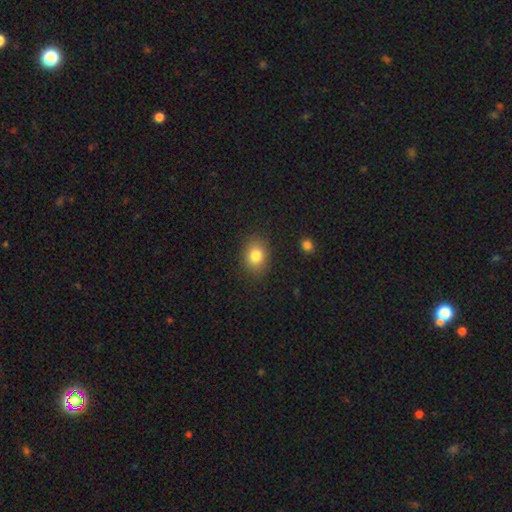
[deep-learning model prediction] Q: Smooth or featured?
A: smooth (82%); runner-up: star or artifact (10%)
Q: How rounded?
A: round (52%); runner-up: in between (47%)
Q: Merging?
A: none (86%); runner-up: minor disturbance (10%)